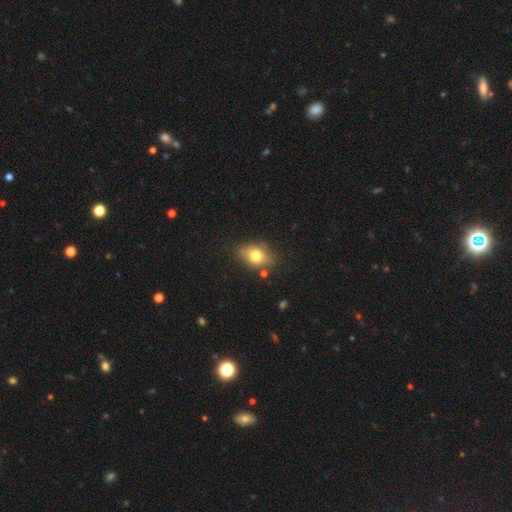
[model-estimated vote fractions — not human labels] This is likely a smooth galaxy (73%). How rounded: likely in between (67%). Merging: likely none (73%).